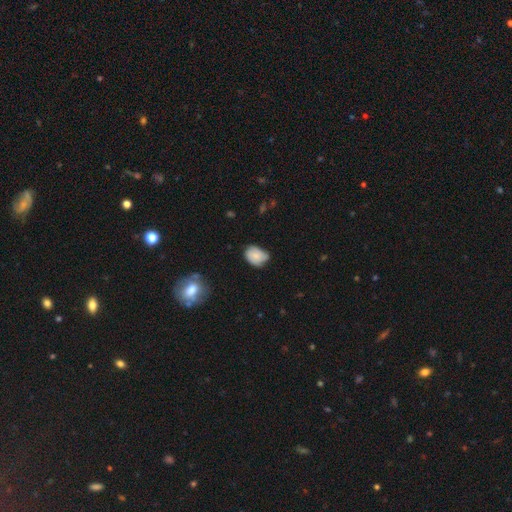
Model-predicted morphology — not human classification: smooth-or-featured: smooth: 78% | featured or disk: 14% | star or artifact: 8%
  how-rounded: in between: 67% | round: 32% | cigar-shaped: 1%
  merging: none: 48% | minor disturbance: 41% | major disturbance: 8% | merger: 3%